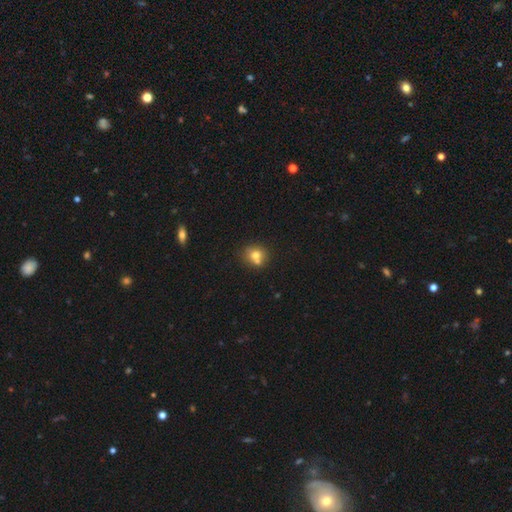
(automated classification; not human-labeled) A smooth galaxy with no disk features (71%) that is round (75%).

Vote fractions:
- Smooth or featured? smooth: 71% / featured or disk: 17% / star or artifact: 12%
- How rounded? round: 75% / in between: 24% / cigar-shaped: 1%
- Merging? none: 50% / merger: 35% / minor disturbance: 12% / major disturbance: 3%